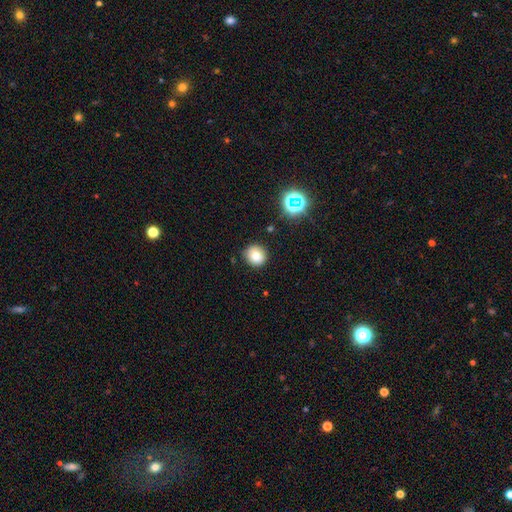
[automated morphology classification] smooth 77%, star or artifact 14%, featured or disk 9%. Down the decision tree: how rounded — round (89%); merging — none (87%).